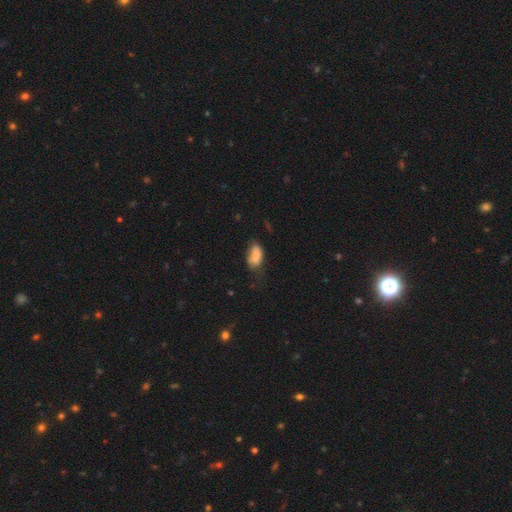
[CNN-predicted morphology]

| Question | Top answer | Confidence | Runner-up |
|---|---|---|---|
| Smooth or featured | smooth | 79% | featured or disk (13%) |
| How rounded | in between | 90% | cigar-shaped (6%) |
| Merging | none | 46% | minor disturbance (36%) |